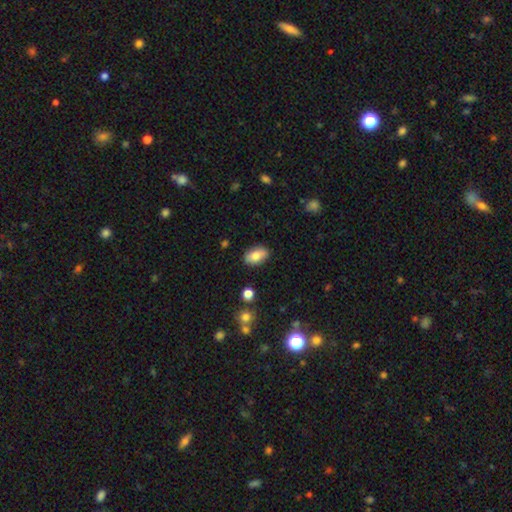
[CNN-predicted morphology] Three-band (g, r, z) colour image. It shows a smooth galaxy with no disk features (79%) that is in between round and cigar-shaped (91%). Merging: none (86%).